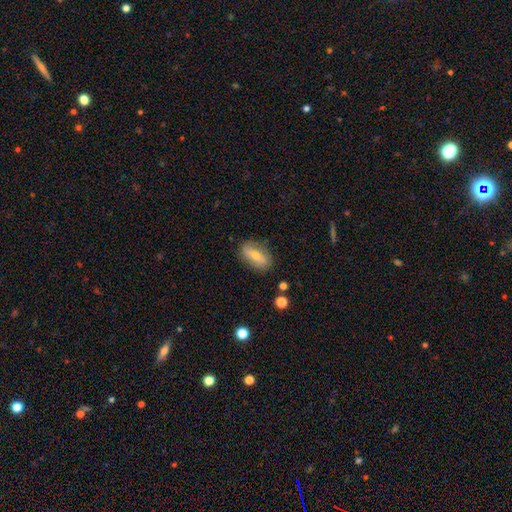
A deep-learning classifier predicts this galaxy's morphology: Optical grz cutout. It shows a smooth galaxy with no disk features (55%) that is in between round and cigar-shaped (85%). Merging: none (79%).